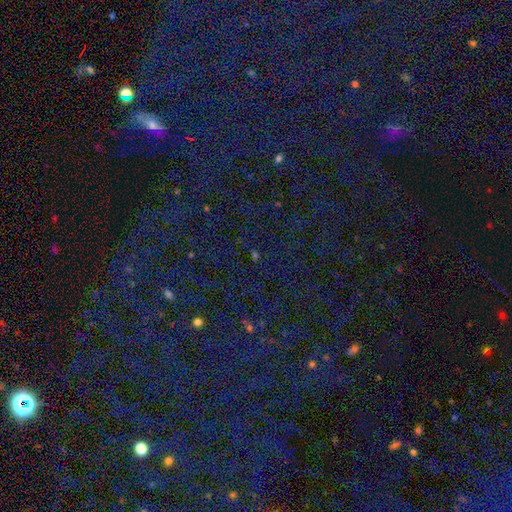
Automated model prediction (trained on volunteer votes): Overall: star or artifact (76%).